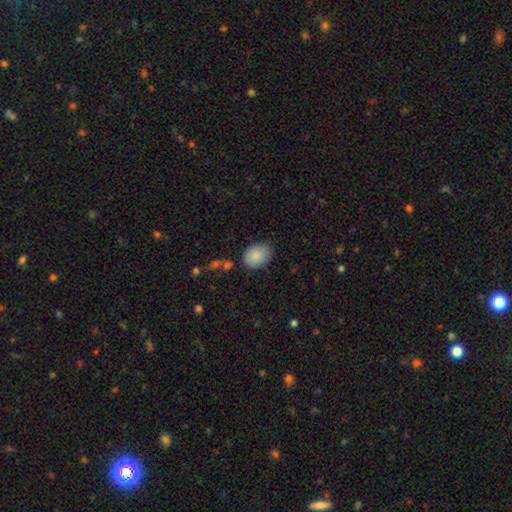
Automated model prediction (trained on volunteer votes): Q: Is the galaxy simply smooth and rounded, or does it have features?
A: smooth — 87%.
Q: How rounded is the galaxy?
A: in between — 67%.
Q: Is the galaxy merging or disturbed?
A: none — 76%.